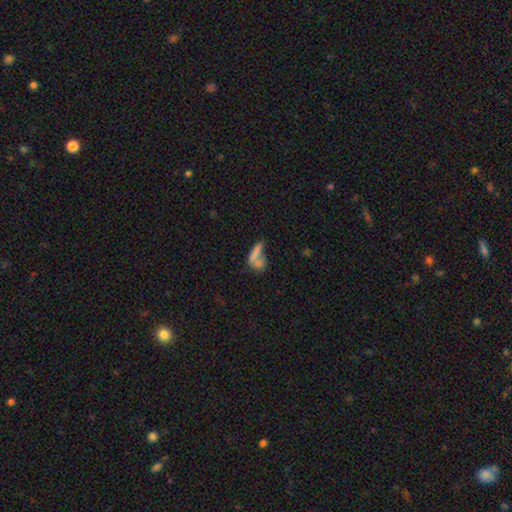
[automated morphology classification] Smooth or featured? smooth (66%)
How rounded? cigar-shaped (51%)
Merging? merger (47%)